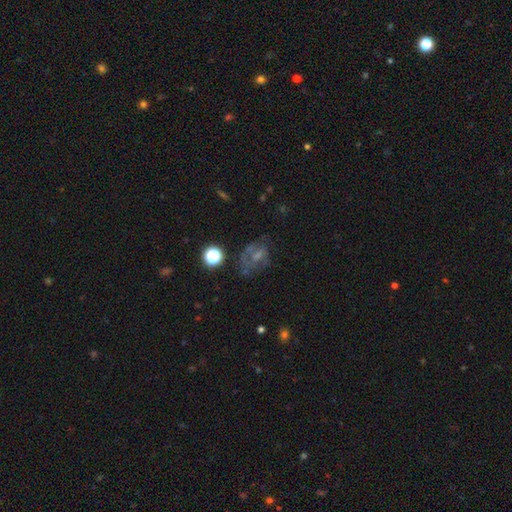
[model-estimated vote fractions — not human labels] The model was most divided on "smooth or featured": featured or disk: 43%, smooth: 31%, star or artifact: 26%. Remaining: merging — none (48%).